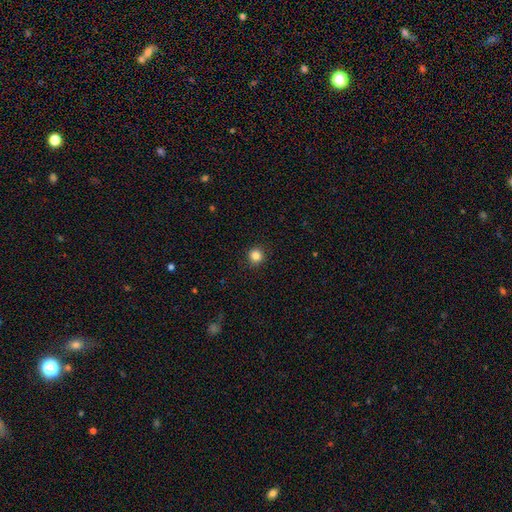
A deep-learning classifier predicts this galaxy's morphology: Q: Smooth or featured?
A: smooth (85%); runner-up: star or artifact (11%)
Q: How rounded?
A: round (94%); runner-up: in between (5%)
Q: Merging?
A: none (92%); runner-up: minor disturbance (5%)